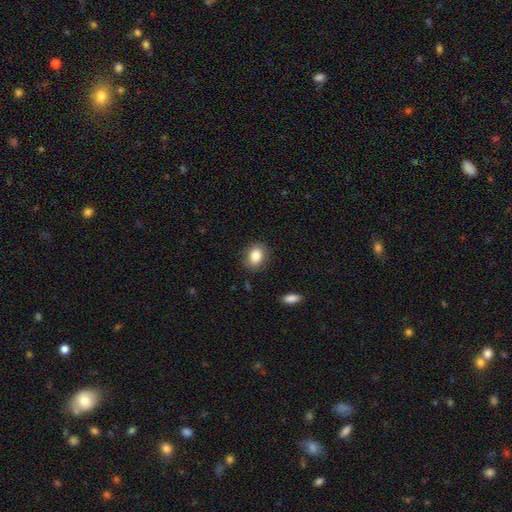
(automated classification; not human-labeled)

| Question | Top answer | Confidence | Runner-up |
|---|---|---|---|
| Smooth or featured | smooth | 85% | star or artifact (8%) |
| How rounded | in between | 57% | round (42%) |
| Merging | none | 85% | minor disturbance (11%) |